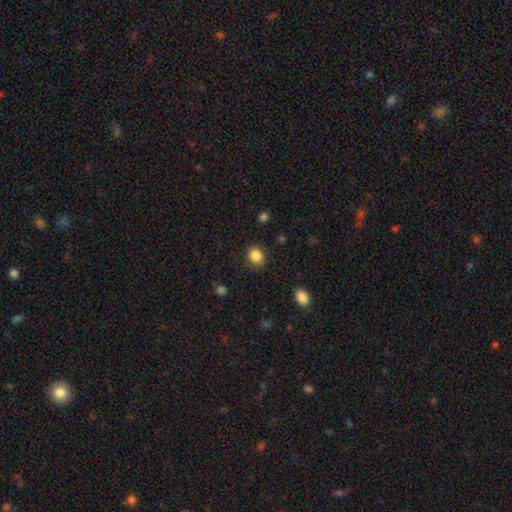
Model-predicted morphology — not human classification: Smooth or featured: smooth — 86% (star or artifact — 10%)
How rounded: round — 74% (in between — 25%)
Merging: none — 84% (minor disturbance — 12%)